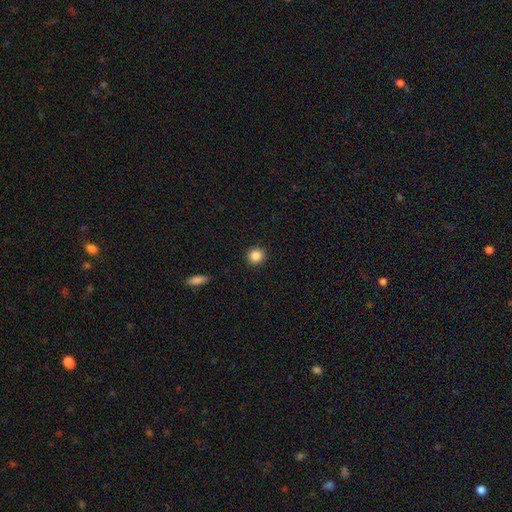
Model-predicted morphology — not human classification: This is clearly a smooth galaxy (86%). How rounded: clearly round (93%). Merging: clearly none (92%).